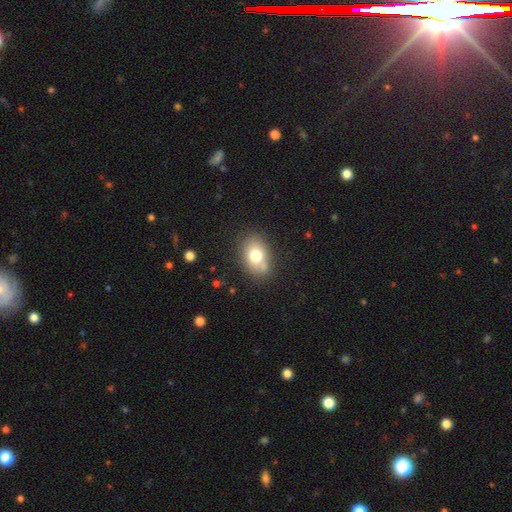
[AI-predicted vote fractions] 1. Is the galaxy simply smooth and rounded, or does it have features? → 74% smooth, 16% featured or disk, 10% star or artifact.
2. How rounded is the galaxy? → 77% in between, 22% round, 1% cigar-shaped.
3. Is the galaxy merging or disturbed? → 73% none, 16% minor disturbance, 6% merger, 4% major disturbance.